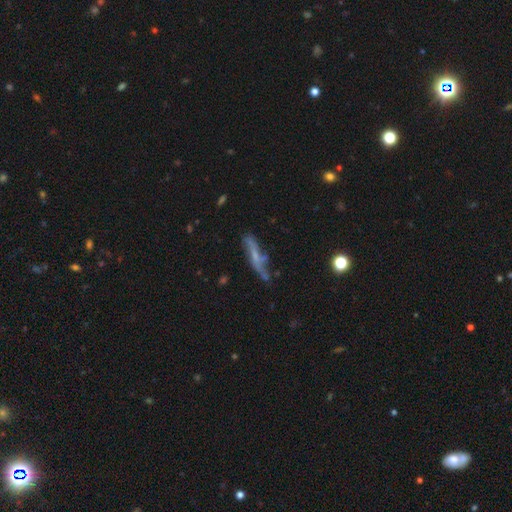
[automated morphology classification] Smooth or featured? featured or disk (55%)
Edge-on disk? yes (52%)
Merging? none (48%)